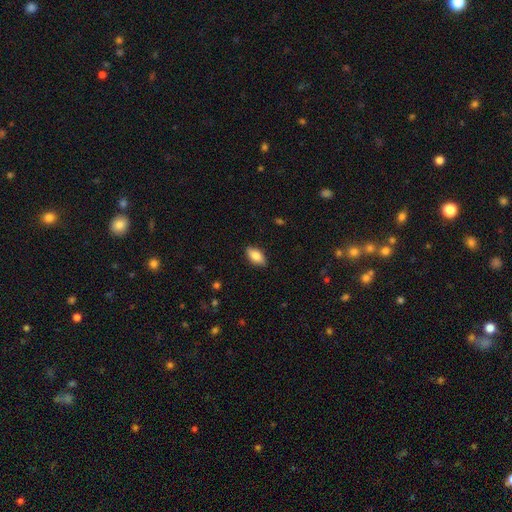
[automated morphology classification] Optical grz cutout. It shows a smooth galaxy with no disk features (82%) that is in between round and cigar-shaped (91%). Merging: none (86%).